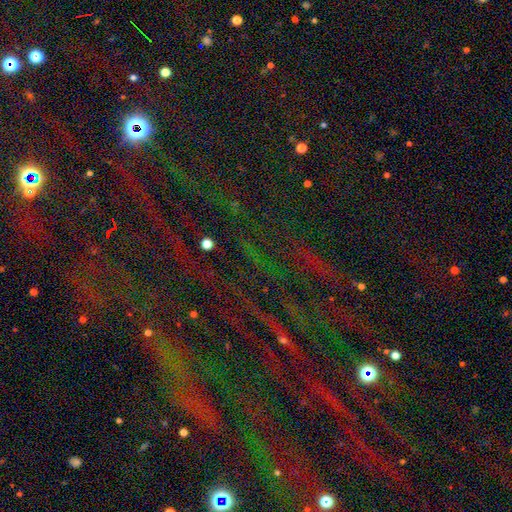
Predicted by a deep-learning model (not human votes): The model was most divided on "smooth or featured": star or artifact: 82%, smooth: 10%, featured or disk: 8%.